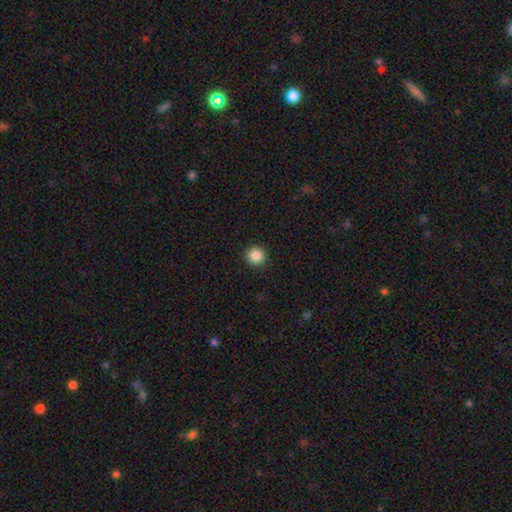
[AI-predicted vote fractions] Smooth or featured? Predicted: smooth (p=0.87). How rounded? Predicted: round (p=0.94). Merging? Predicted: none (p=0.93).